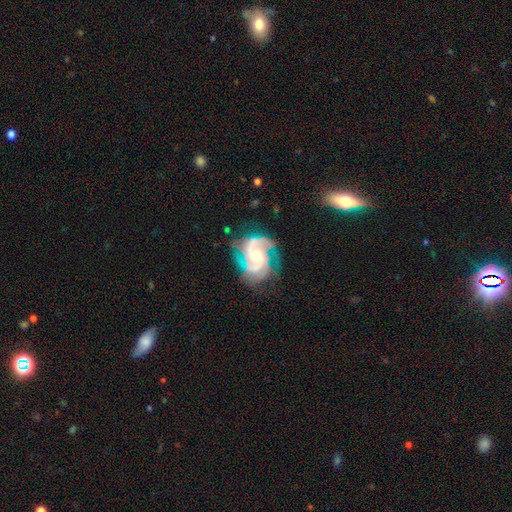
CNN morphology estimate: This appears to be a featured or disk galaxy (88%) with no bar (66%), 2 (44%) tight (48%) spiral arms (97%) and a moderate central bulge (54%). Merging: none (65%).